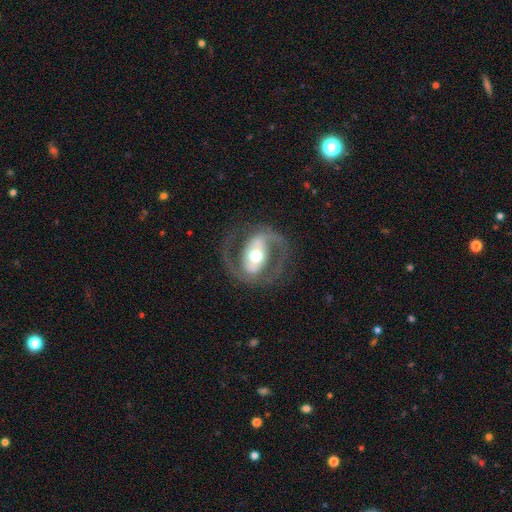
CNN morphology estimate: This is clearly a featured or disk galaxy (86%). It is clearly not viewed edge-on (96%). Bar: possibly strong (46%). Spiral arm pattern: clearly yes (87%). Spiral arm count: clearly 2 (91%). Spiral winding: possibly medium (56%). Central bulge: likely moderate (69%). Merging: likely none (76%).